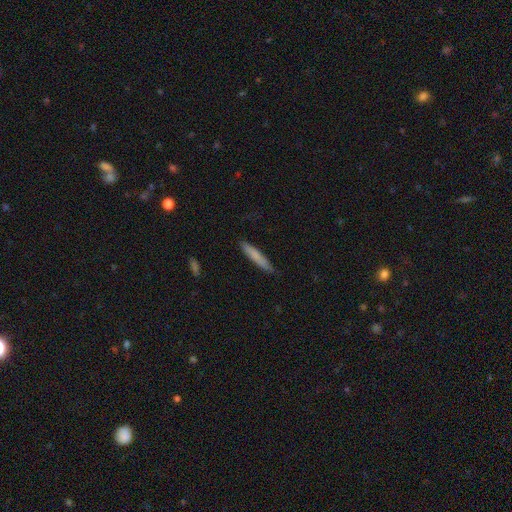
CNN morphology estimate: This is likely a smooth galaxy (75%). How rounded: clearly cigar-shaped (92%). Merging: clearly none (84%).